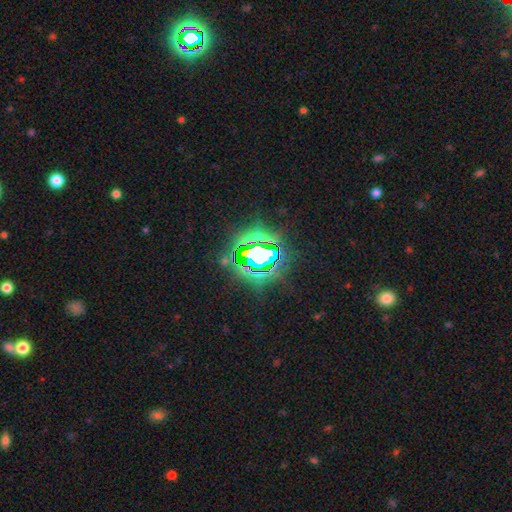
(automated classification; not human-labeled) Smooth or featured: star or artifact — 75% (smooth — 14%)